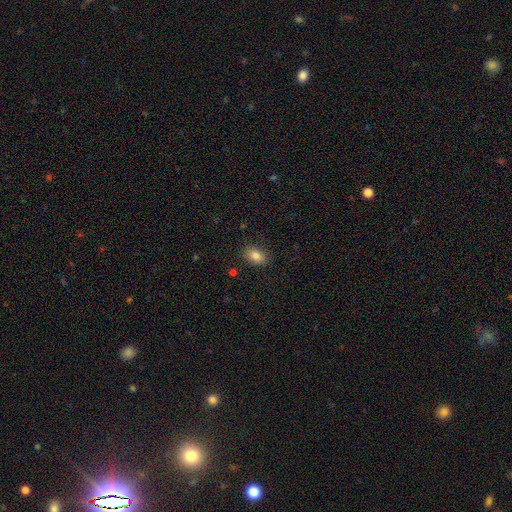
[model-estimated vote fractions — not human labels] Q: Smooth or featured?
A: smooth (83%); runner-up: star or artifact (9%)
Q: How rounded?
A: in between (81%); runner-up: round (18%)
Q: Merging?
A: none (86%); runner-up: minor disturbance (10%)